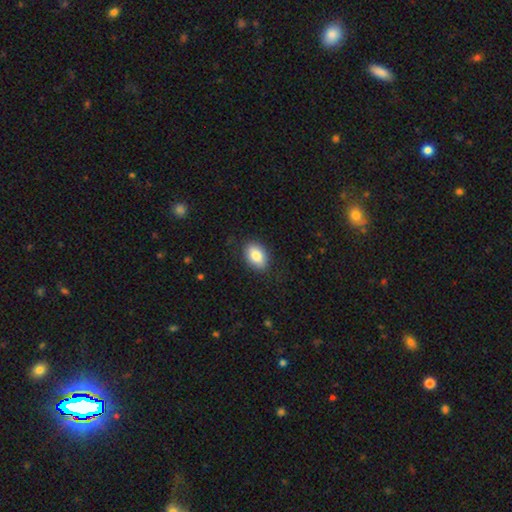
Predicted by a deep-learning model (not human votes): Smooth or featured? Predicted: smooth (p=0.82). How rounded? Predicted: in between (p=0.87). Merging? Predicted: none (p=0.85).